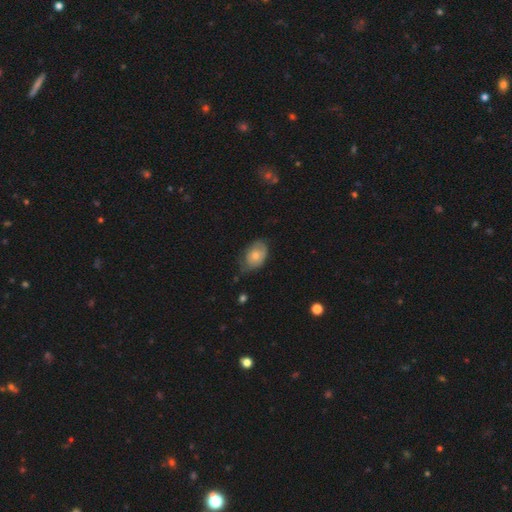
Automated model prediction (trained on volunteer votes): This appears to be a smooth galaxy with no disk features (65%) that is in between round and cigar-shaped (85%). Merging: none (52%).